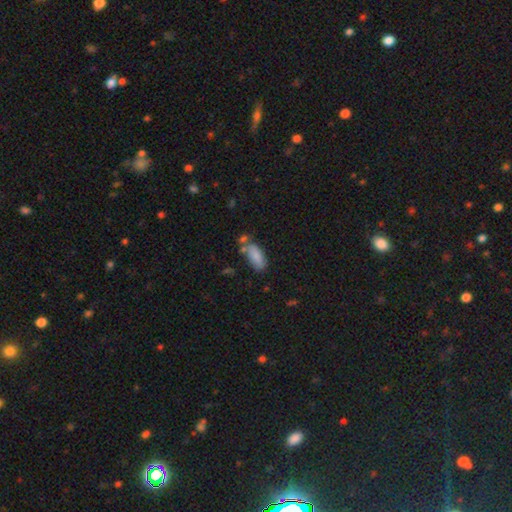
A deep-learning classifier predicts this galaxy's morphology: Q: Smooth or featured?
A: smooth (84%); runner-up: featured or disk (9%)
Q: How rounded?
A: in between (86%); runner-up: cigar-shaped (12%)
Q: Merging?
A: none (56%); runner-up: minor disturbance (20%)